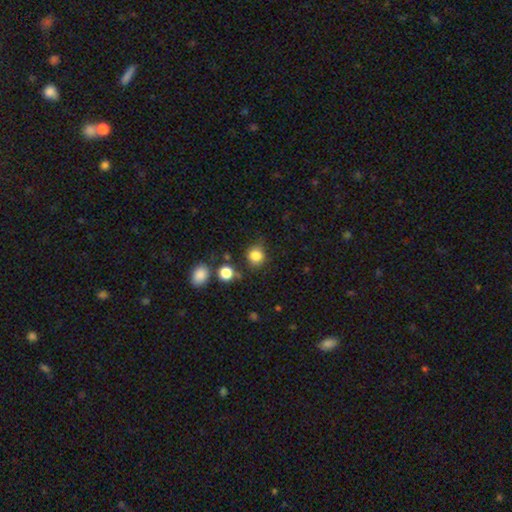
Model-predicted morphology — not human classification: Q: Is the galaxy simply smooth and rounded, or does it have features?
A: smooth — 84%.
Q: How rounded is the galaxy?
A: round — 84%.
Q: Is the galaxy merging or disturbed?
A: none — 78%.